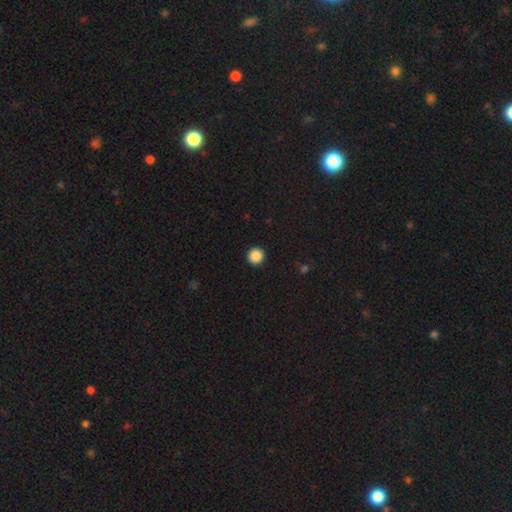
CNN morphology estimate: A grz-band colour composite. It shows a smooth galaxy with no disk features (88%) that is round (96%). Merging: none (94%).